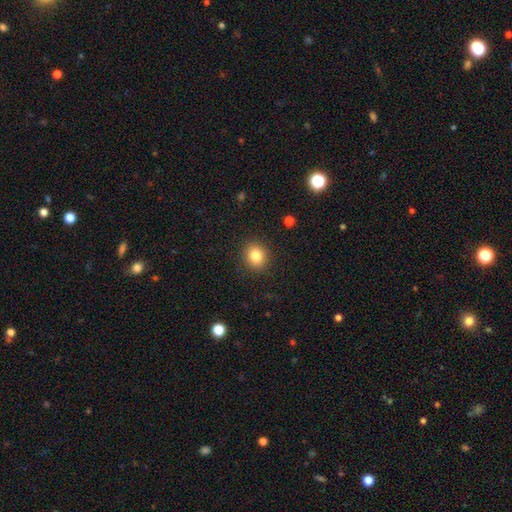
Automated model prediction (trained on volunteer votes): A smooth galaxy with no disk features (82%) that is round (79%).

Vote fractions:
- Smooth or featured? smooth: 82% / star or artifact: 11% / featured or disk: 7%
- How rounded? round: 79% / in between: 21% / cigar-shaped: 1%
- Merging? none: 90% / minor disturbance: 7% / major disturbance: 2% / merger: 1%